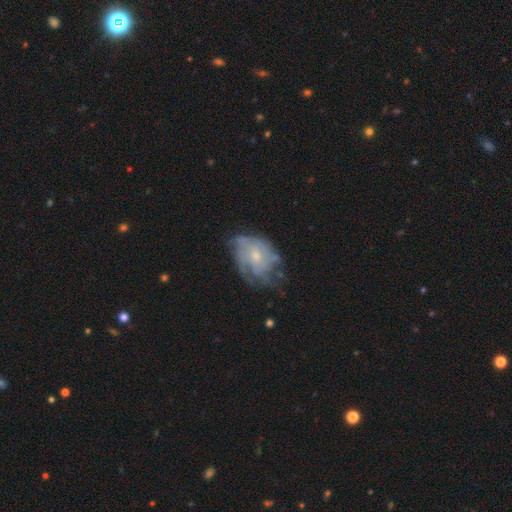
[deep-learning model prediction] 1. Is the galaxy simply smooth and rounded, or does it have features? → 68% featured or disk, 23% smooth, 8% star or artifact.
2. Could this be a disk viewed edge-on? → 97% no, 3% yes.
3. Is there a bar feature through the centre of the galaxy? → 74% no, 23% weak, 3% strong.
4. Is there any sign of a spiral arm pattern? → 67% yes, 33% no.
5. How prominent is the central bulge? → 51% small, 42% moderate, 4% none, 2% large, 1% dominant.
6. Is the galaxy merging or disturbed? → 45% none, 30% minor disturbance, 23% major disturbance, 2% merger.